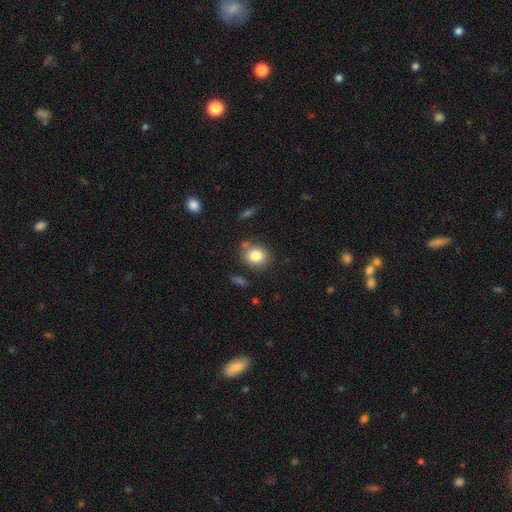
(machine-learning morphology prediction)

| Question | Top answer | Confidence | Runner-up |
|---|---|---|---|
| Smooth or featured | smooth | 82% | star or artifact (9%) |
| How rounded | round | 62% | in between (37%) |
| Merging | none | 75% | minor disturbance (13%) |